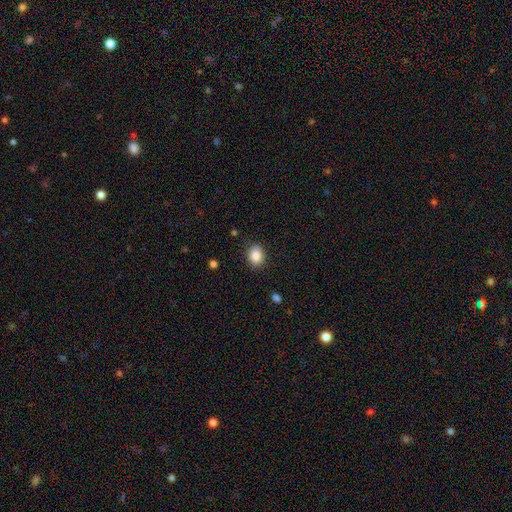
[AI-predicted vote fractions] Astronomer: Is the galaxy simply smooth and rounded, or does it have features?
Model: smooth — 87%.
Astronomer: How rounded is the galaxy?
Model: in between — 60% (runner-up: round, 39%).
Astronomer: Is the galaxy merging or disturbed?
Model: none — 86%.